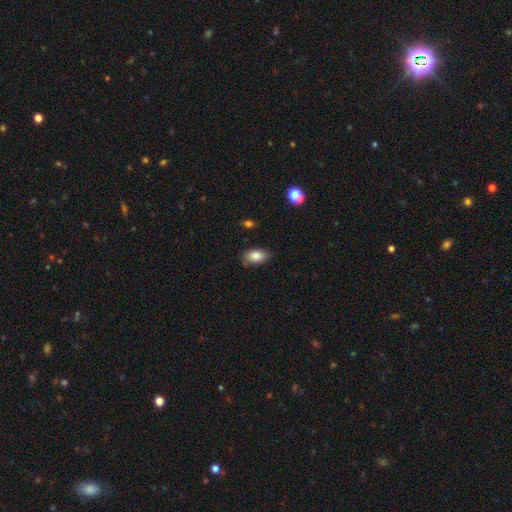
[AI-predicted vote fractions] A smooth galaxy with no disk features (82%) that is in between round and cigar-shaped (91%). Merging: none (74%).